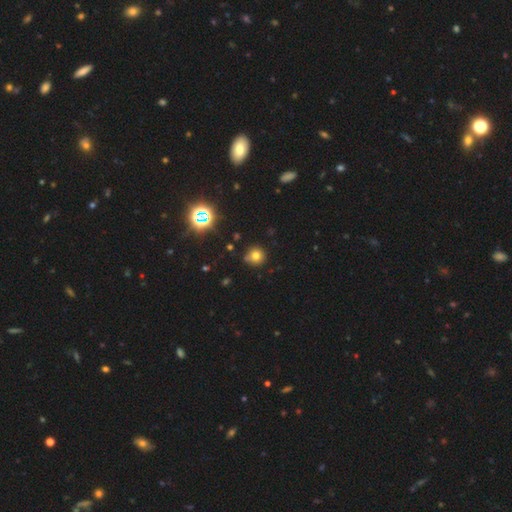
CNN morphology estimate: The model was most divided on "smooth or featured": smooth: 71%, star or artifact: 21%, featured or disk: 9%. More confident: how rounded — round (89%); merging — none (75%).